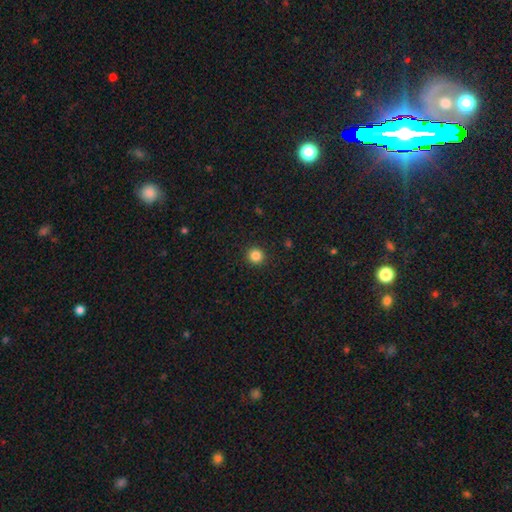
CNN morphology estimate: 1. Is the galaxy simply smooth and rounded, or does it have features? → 85% smooth, 12% star or artifact, 4% featured or disk.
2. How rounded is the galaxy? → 95% round, 4% in between, 1% cigar-shaped.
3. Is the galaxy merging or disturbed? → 93% none, 5% minor disturbance, 2% major disturbance, 1% merger.